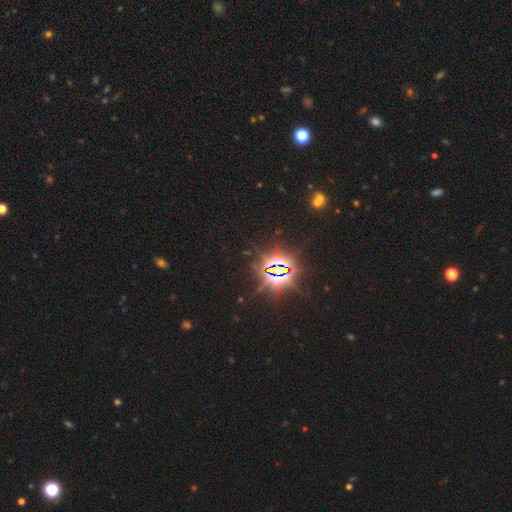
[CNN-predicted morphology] This is clearly a star or artifact rather than a galaxy (84%).